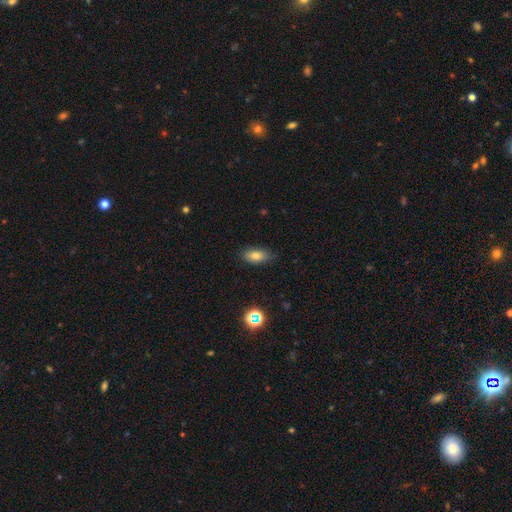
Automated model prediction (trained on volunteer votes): Smooth or featured?
  - smooth: 77% *
  - featured or disk: 13%
  - star or artifact: 11%
How rounded?
  - in between: 86% *
  - cigar-shaped: 9%
  - round: 6%
Merging?
  - none: 82% *
  - minor disturbance: 14%
  - major disturbance: 3%
  - merger: 1%